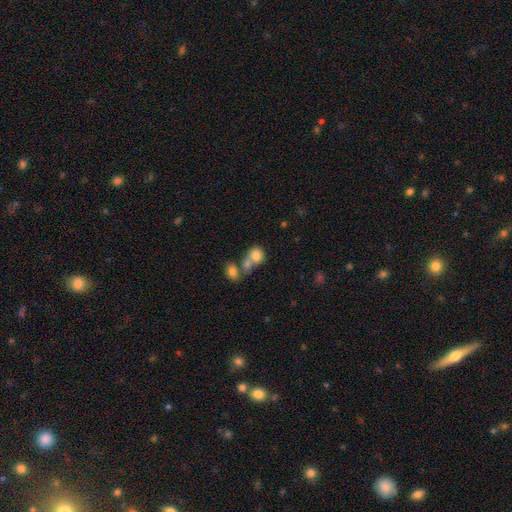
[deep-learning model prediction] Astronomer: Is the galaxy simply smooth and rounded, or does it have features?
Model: smooth — 79%.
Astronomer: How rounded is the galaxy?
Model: round — 63%.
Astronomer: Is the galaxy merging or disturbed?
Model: merger — 54% (runner-up: none, 31%).